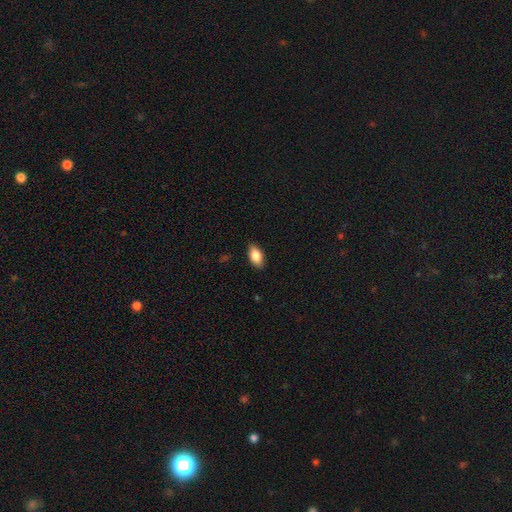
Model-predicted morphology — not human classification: A smooth galaxy with no disk features (83%) that is in between round and cigar-shaped (90%). Merging: none (86%).